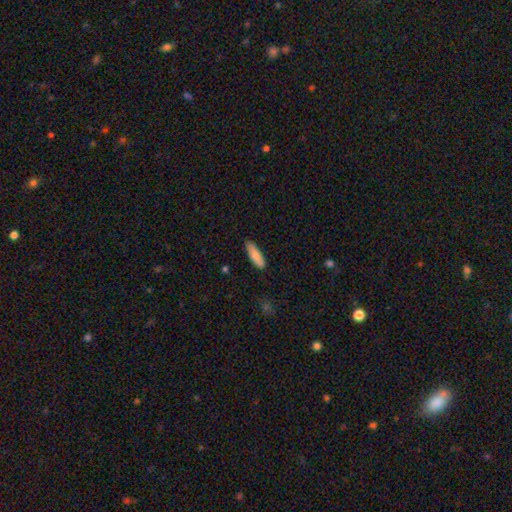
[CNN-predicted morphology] This appears to be a smooth galaxy with no disk features (85%) that is cigar-shaped (51%). Merging: none (84%).